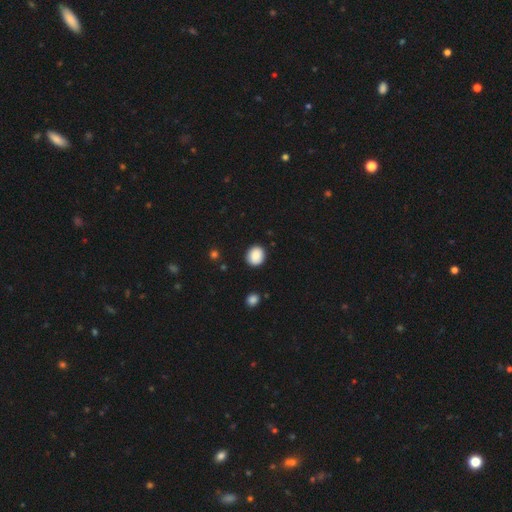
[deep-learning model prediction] smooth 88%, star or artifact 8%, featured or disk 4%. Down the decision tree: how rounded — round (80%); merging — none (89%).